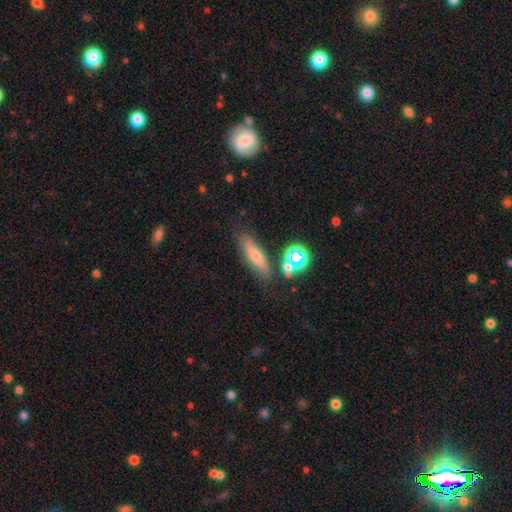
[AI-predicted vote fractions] A smooth galaxy with no disk features (61%) that is cigar-shaped (62%). Merging: none (74%).